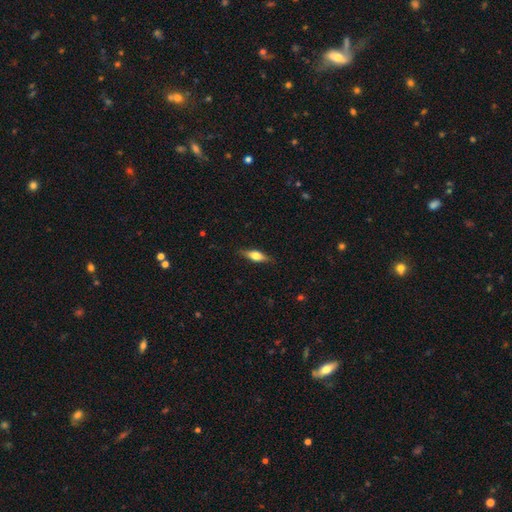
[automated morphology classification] A smooth galaxy with no disk features (53%) that is in between round and cigar-shaped (56%). Merging: none (84%).